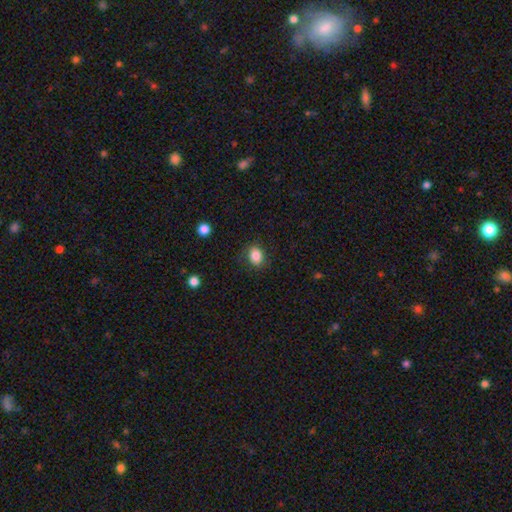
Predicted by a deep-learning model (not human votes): Smooth or featured? Predicted: smooth (p=0.84). How rounded? Predicted: in between (p=0.59). Merging? Predicted: none (p=0.82).